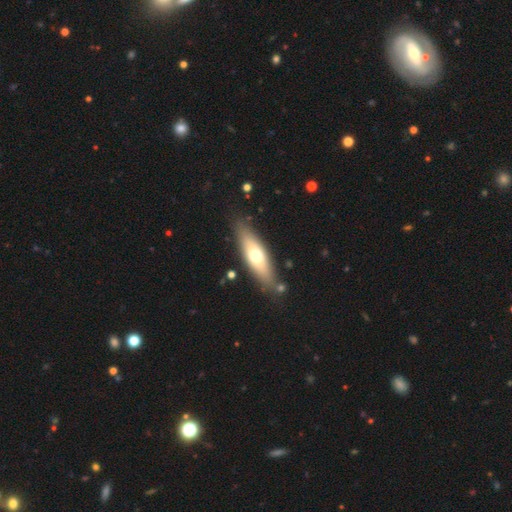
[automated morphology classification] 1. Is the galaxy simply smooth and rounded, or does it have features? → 58% smooth, 37% featured or disk, 6% star or artifact.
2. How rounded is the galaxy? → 53% cigar-shaped, 45% in between, 2% round.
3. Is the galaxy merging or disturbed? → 82% none, 12% minor disturbance, 3% merger, 3% major disturbance.